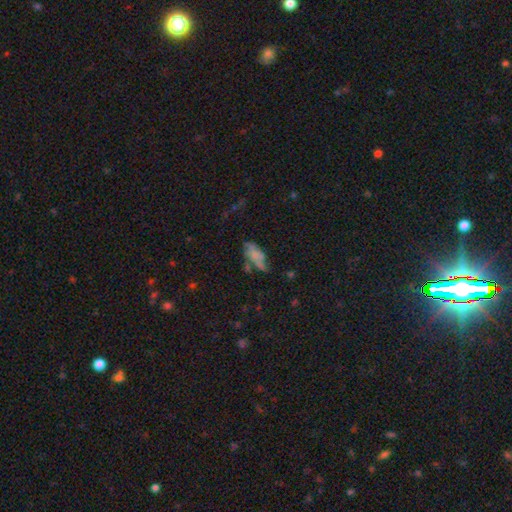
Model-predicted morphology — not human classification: This is possibly a smooth galaxy (52%). How rounded: likely in between (80%). Merging: marginally none (41%).